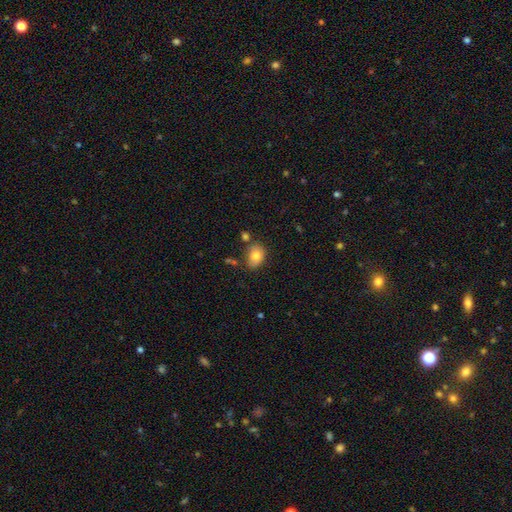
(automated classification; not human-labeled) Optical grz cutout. It shows a smooth galaxy with no disk features (82%) that is in between round and cigar-shaped (74%). Merging: none (70%).